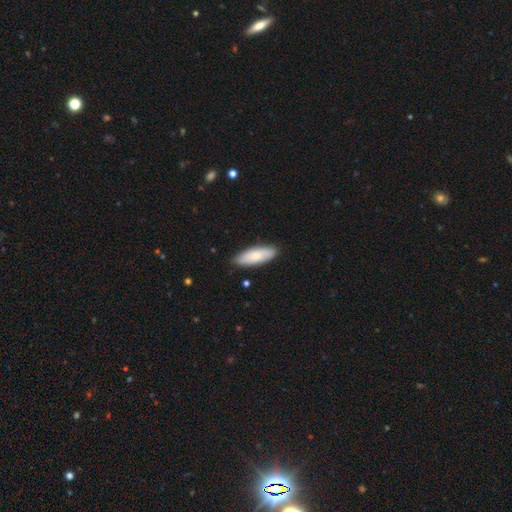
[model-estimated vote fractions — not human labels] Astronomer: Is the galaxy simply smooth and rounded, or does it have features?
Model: smooth — 77%.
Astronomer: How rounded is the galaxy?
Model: in between — 64%.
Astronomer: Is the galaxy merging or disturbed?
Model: none — 85%.